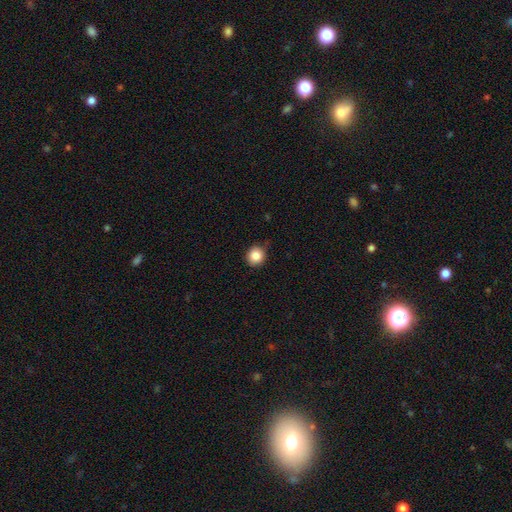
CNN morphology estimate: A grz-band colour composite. It shows a smooth galaxy with no disk features (86%) that is round (92%). Merging: none (86%).